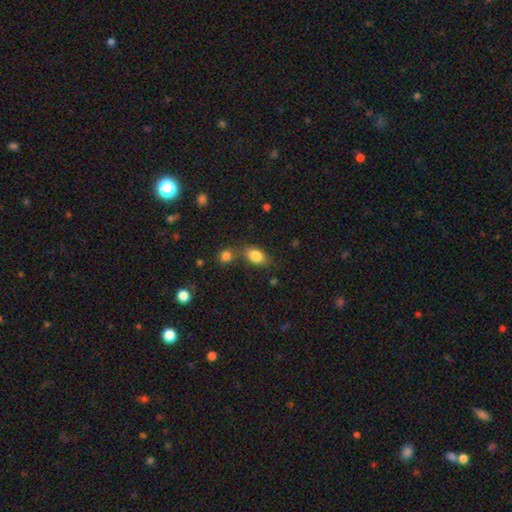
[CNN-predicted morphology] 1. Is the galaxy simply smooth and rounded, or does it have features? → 83% smooth, 9% star or artifact, 8% featured or disk.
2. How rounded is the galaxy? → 84% in between, 14% round, 2% cigar-shaped.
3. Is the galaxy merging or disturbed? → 63% none, 18% merger, 15% minor disturbance, 4% major disturbance.